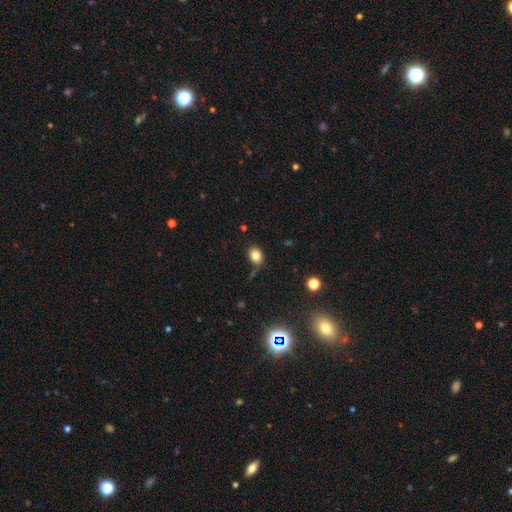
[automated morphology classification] A smooth galaxy with no disk features (81%) that is in between round and cigar-shaped (52%).

Vote fractions:
- Smooth or featured? smooth: 81% / star or artifact: 11% / featured or disk: 8%
- How rounded? in between: 52% / round: 47% / cigar-shaped: 1%
- Merging? none: 66% / minor disturbance: 22% / major disturbance: 8% / merger: 5%